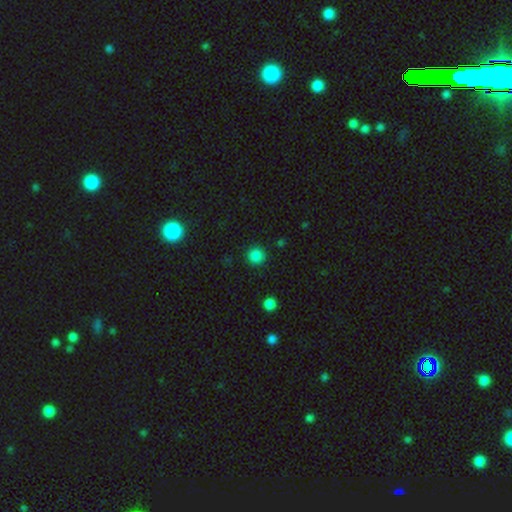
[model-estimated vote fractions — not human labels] The model was most divided on "smooth or featured": smooth: 84%, star or artifact: 12%, featured or disk: 3%. More confident: how rounded — round (95%); merging — none (91%).